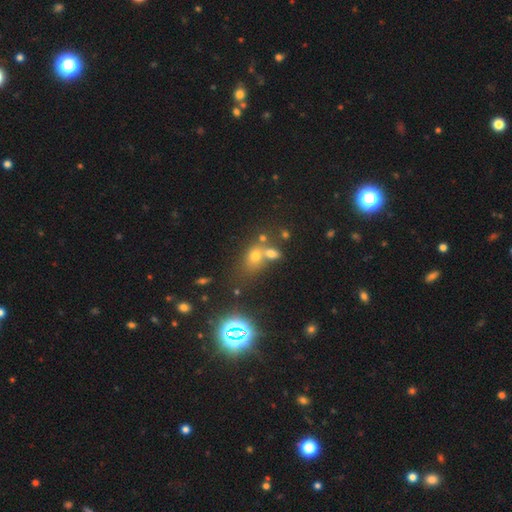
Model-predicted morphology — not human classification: Smooth or featured: smooth — 50% (star or artifact — 35%)
How rounded: round — 53% (in between — 44%)
Merging: merger — 46% (none — 40%)